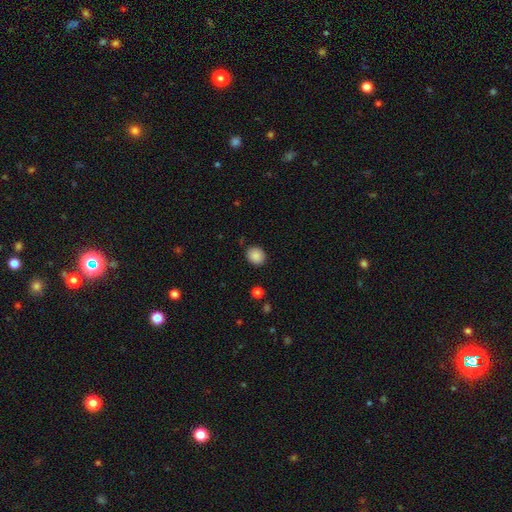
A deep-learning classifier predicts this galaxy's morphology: This is clearly a smooth galaxy (88%). How rounded: likely round (68%). Merging: clearly none (87%).